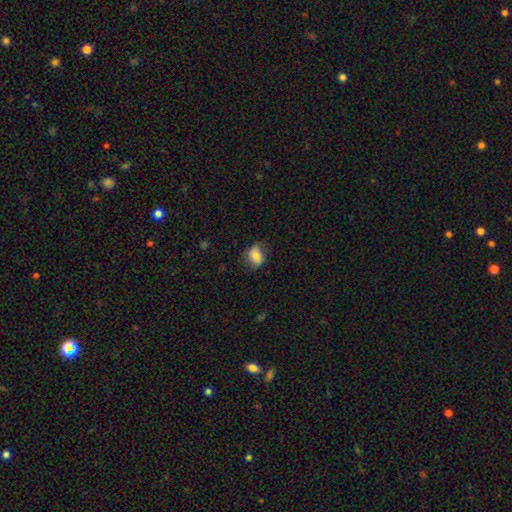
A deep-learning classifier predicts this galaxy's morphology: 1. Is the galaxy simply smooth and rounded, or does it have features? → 71% smooth, 20% featured or disk, 8% star or artifact.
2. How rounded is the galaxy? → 67% in between, 31% round, 2% cigar-shaped.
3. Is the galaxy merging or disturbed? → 67% none, 24% minor disturbance, 8% major disturbance, 1% merger.